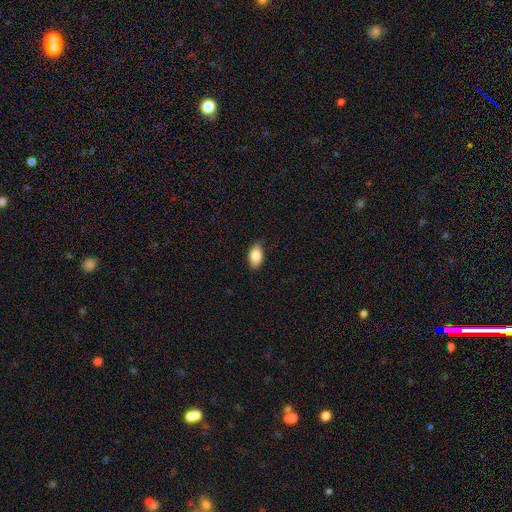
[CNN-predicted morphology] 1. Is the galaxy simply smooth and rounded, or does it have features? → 84% smooth, 9% featured or disk, 7% star or artifact.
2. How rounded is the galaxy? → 92% in between, 5% round, 3% cigar-shaped.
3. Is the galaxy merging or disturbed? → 85% none, 12% minor disturbance, 2% major disturbance, 1% merger.